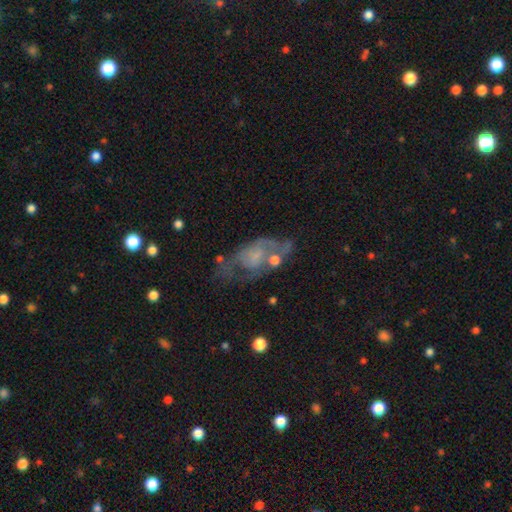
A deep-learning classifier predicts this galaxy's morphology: smooth-or-featured: featured or disk: 62% | smooth: 28% | star or artifact: 10%
  disk-edge-on: no: 94% | yes: 6%
    bar: no: 73% | weak: 22% | strong: 5%
    has-spiral-arms: no: 51% | yes: 49%
    bulge-size: small: 35% (tied) | none: 35% (tied) | moderate: 23% | large: 6% | dominant: 2%
  merging: none: 37% | major disturbance: 30% | minor disturbance: 23% | merger: 9%